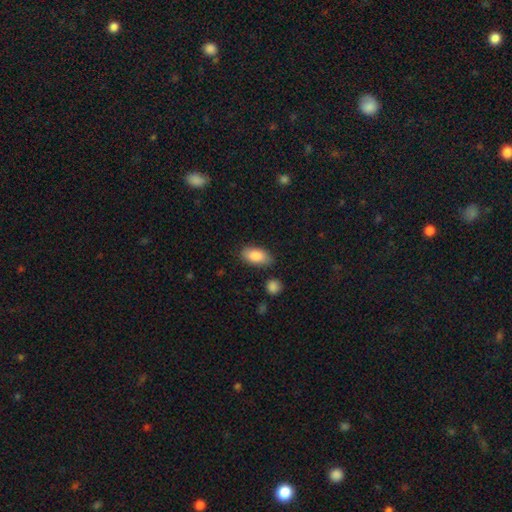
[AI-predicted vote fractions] smooth-or-featured: smooth: 86% | featured or disk: 8% | star or artifact: 6%
  how-rounded: in between: 92% | cigar-shaped: 4% | round: 3%
  merging: none: 83% | minor disturbance: 12% | major disturbance: 3% | merger: 2%